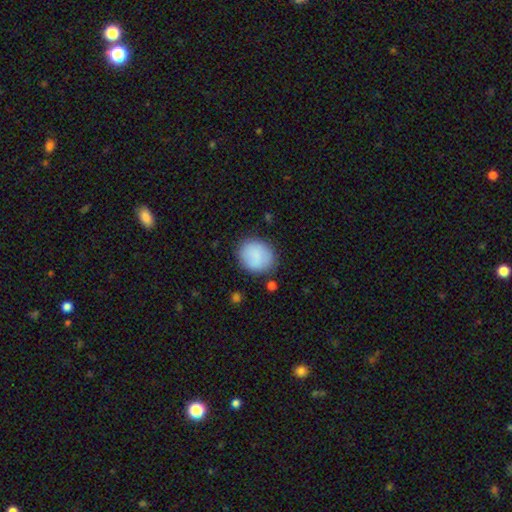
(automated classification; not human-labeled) Smooth or featured? Predicted: smooth (p=0.85). How rounded? Predicted: round (p=0.72). Merging? Predicted: none (p=0.78).